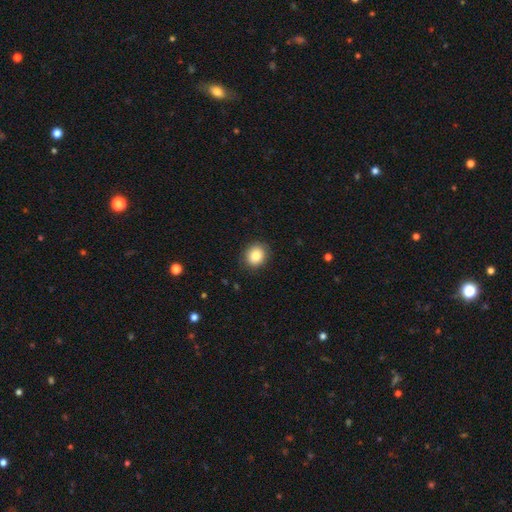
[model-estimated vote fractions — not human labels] Morphology: type=smooth (85%); roundness=round (72%); merging=none (89%).